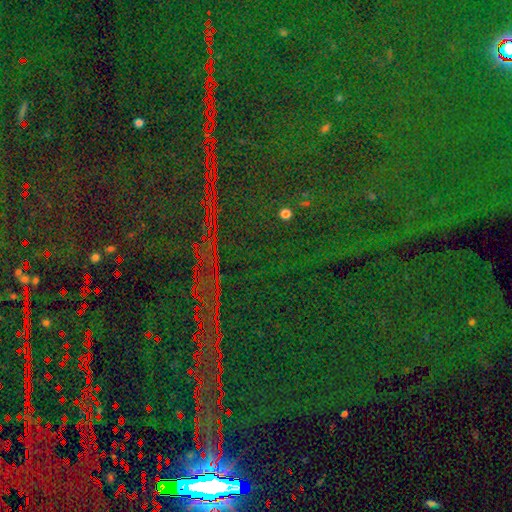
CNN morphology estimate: Smooth or featured? Predicted: star or artifact (p=0.88).